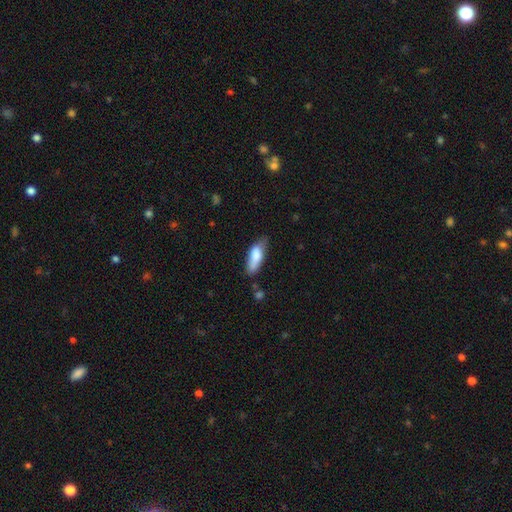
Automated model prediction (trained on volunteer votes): This is clearly a smooth galaxy (80%). How rounded: likely in between (64%). Merging: possibly none (56%).